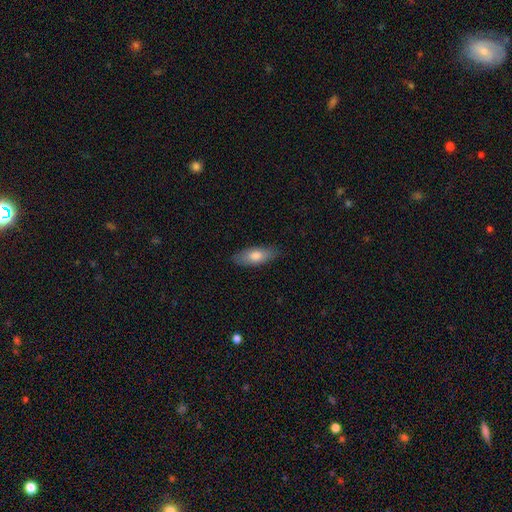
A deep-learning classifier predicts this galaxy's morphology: The model was most divided on "how rounded": in between: 72%, cigar-shaped: 26%, round: 3%. More confident: merging — none (85%); smooth or featured — smooth (73%).